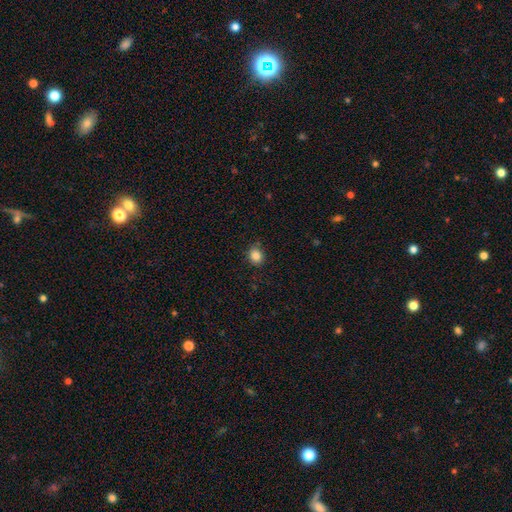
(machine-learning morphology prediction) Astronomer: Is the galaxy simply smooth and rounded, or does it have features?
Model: smooth — 85%.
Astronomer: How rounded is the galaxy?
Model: round — 68%.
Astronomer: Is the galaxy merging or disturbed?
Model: none — 85%.